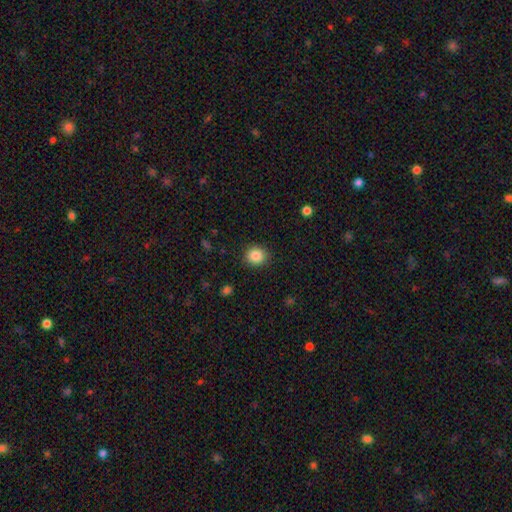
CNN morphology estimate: smooth 86%, star or artifact 10%, featured or disk 4%. Down the decision tree: how rounded — round (83%); merging — none (90%).